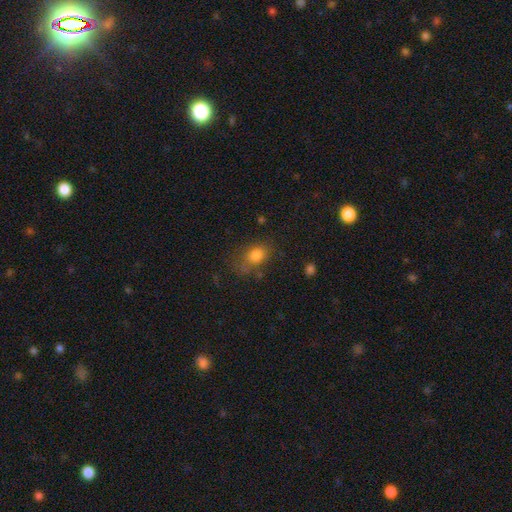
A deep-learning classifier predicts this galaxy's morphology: type=smooth (79%); roundness=in between (65%); merging=none (64%).